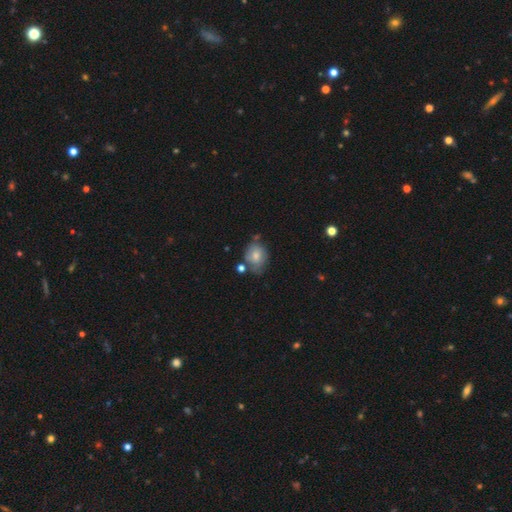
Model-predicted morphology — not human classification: Overall: smooth (70%). How rounded: in between (57%; round 42%). Merging: none (52%; minor disturbance 27%).